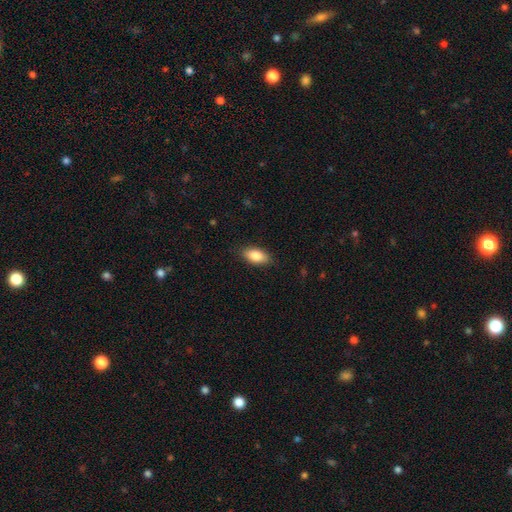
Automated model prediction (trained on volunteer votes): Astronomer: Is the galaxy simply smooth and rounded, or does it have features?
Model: smooth — 85%.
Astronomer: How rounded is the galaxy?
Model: in between — 90%.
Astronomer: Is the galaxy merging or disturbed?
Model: none — 86%.